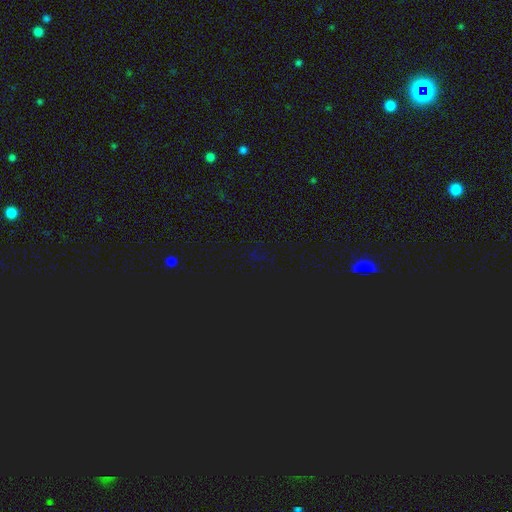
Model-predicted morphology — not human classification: Smooth or featured: star or artifact — 81% (smooth — 13%)